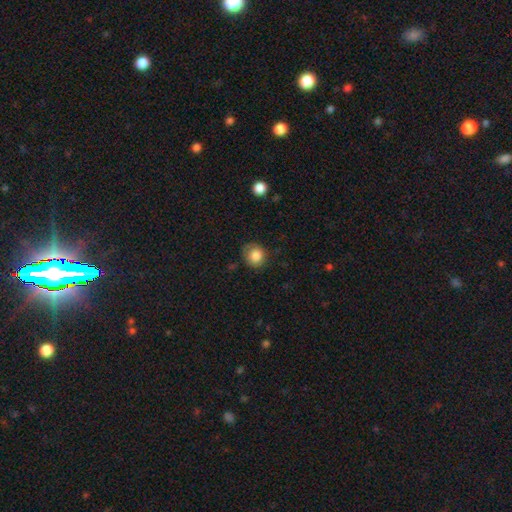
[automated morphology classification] smooth-or-featured: smooth: 84% | star or artifact: 9% | featured or disk: 7%
  how-rounded: round: 84% | in between: 15% | cigar-shaped: 1%
  merging: none: 70% | minor disturbance: 22% | major disturbance: 7% | merger: 2%